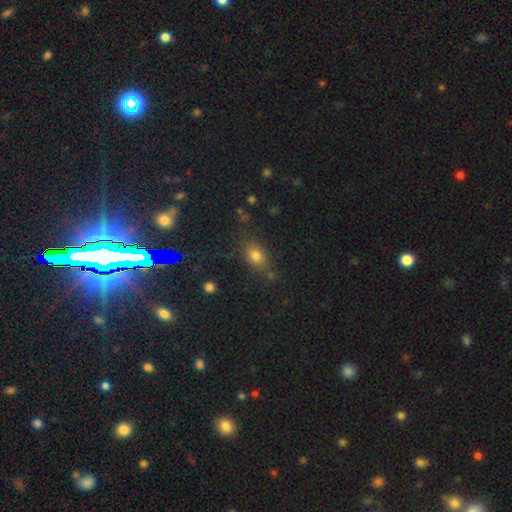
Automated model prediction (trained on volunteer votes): Morphology: type=smooth (74%); roundness=in between (70%); merging=none (73%).